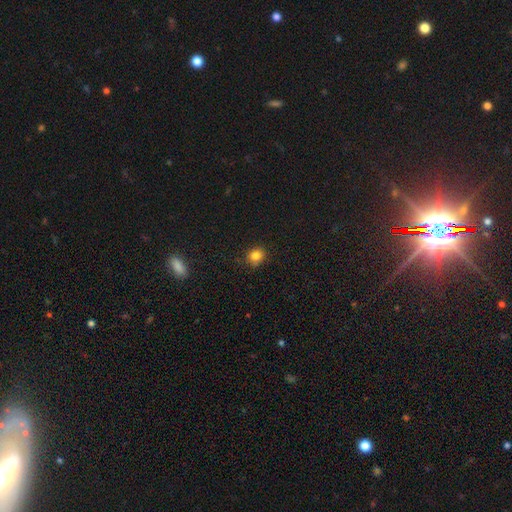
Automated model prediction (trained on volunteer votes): This is clearly a smooth galaxy (83%). How rounded: likely round (77%). Merging: clearly none (81%).